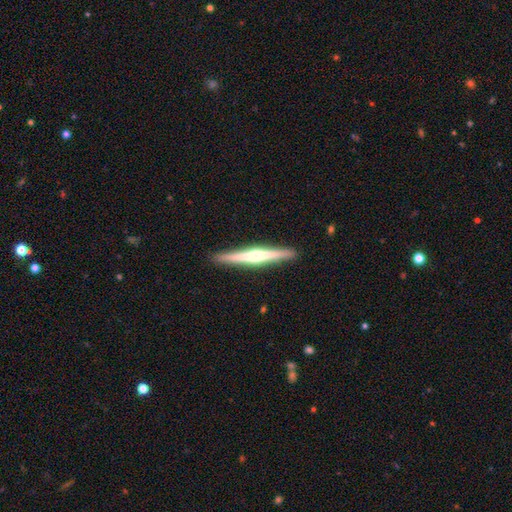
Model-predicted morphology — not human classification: Overall: featured or disk (73%). Edge-on disk: yes (98%). Edge-on bulge: rounded (83%). Merging: none (92%).